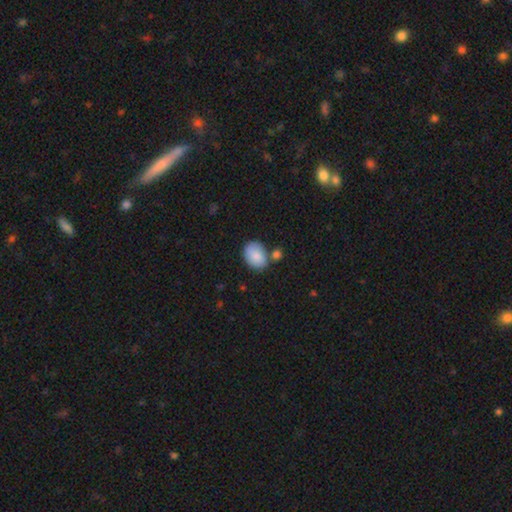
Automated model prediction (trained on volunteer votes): The model was most divided on "merging": none: 61%, minor disturbance: 18%, merger: 16%, major disturbance: 5%. More confident: smooth or featured — smooth (86%); how rounded — in between (74%).